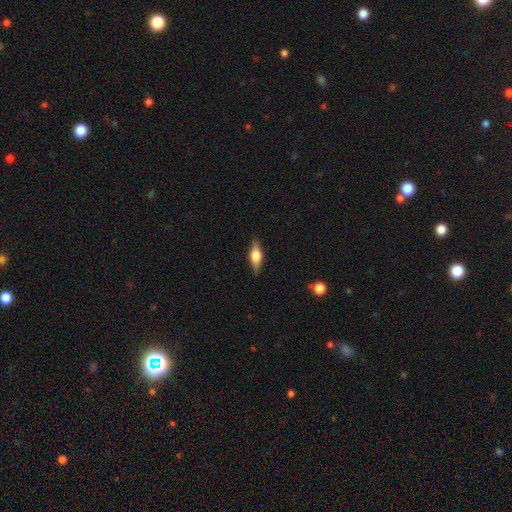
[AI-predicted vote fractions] Smooth or featured? Predicted: smooth (p=0.48). Merging? Predicted: none (p=0.86).